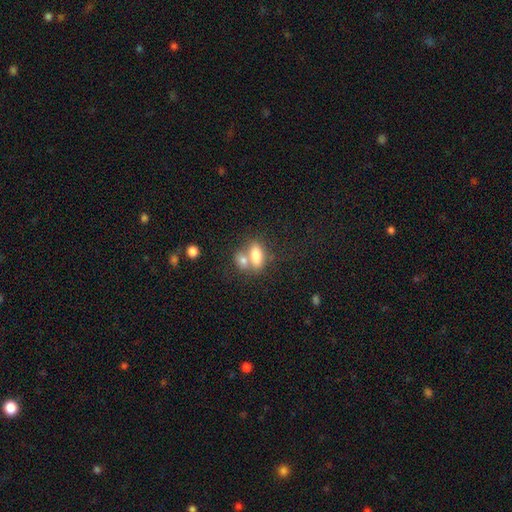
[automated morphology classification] Smooth or featured? smooth (77%)
How rounded? in between (84%)
Merging? merger (55%)